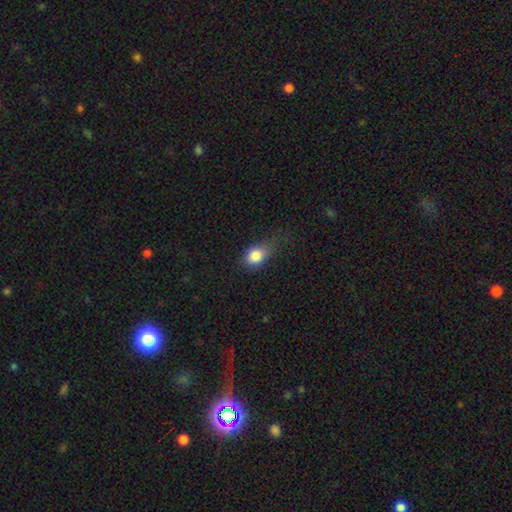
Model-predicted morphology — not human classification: The model was most divided on "merging": none: 44%, minor disturbance: 37%, major disturbance: 17%, merger: 2%. More confident: smooth or featured — smooth (82%); how rounded — in between (58%).